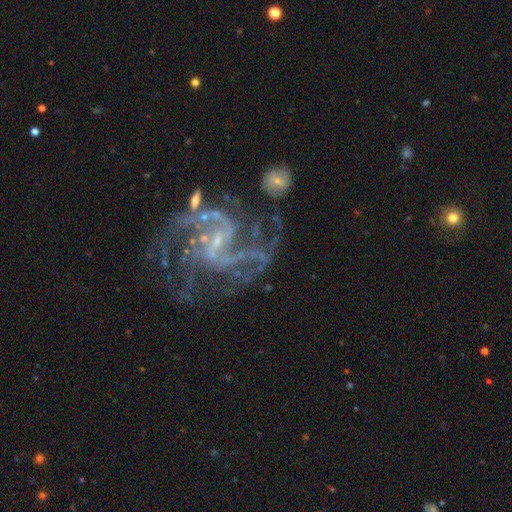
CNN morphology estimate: Smooth or featured: featured or disk — 87% (star or artifact — 9%)
Edge-on disk: no — 98% (yes — 2%)
Bar: weak — 46% (no — 31%)
Spiral arms: yes — 95% (no — 5%)
Spiral winding: medium — 50% (loose — 32%)
Spiral arm count: 2 — 34% (3 — 21%)
Bulge size: small — 72% (none — 17%)
Merging: none — 42% (major disturbance — 31%)